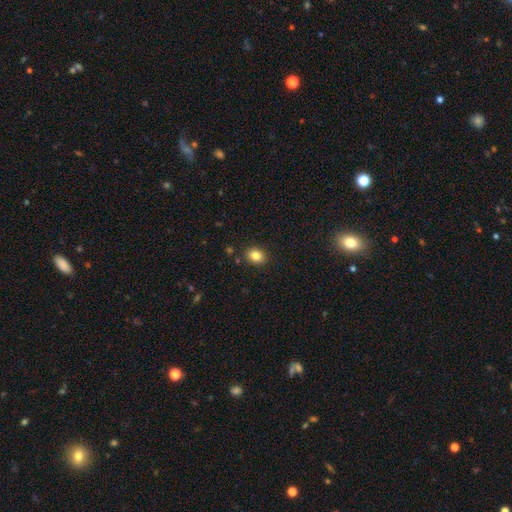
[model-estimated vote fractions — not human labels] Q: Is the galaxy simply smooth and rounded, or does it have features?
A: smooth — 84%.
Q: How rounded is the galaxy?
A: round — 55%.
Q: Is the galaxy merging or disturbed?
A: none — 89%.